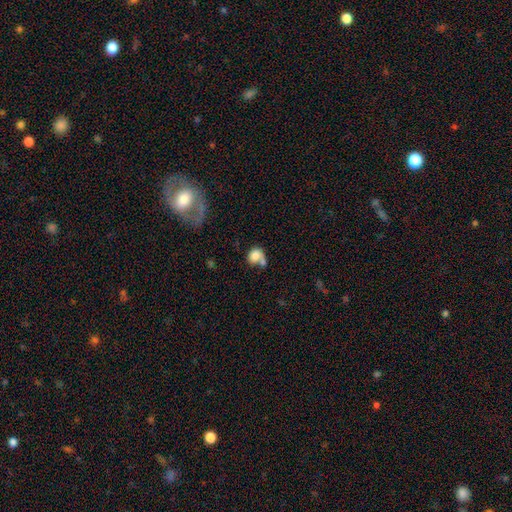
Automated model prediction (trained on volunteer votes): Smooth or featured: smooth — 77% (featured or disk — 14%)
How rounded: round — 58% (in between — 40%)
Merging: merger — 41% (none — 31%)